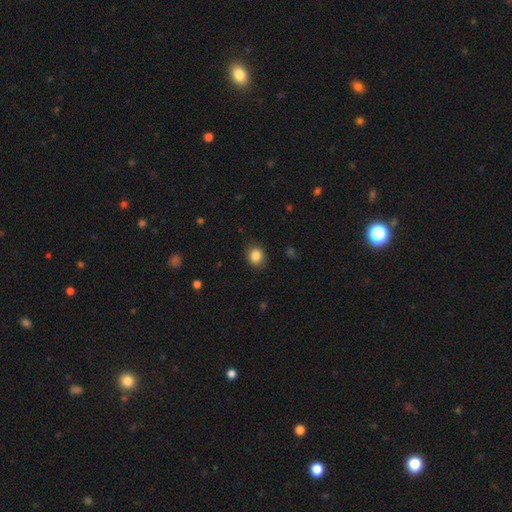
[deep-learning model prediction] Overall: smooth (86%). How rounded: round (71%). Merging: none (87%).